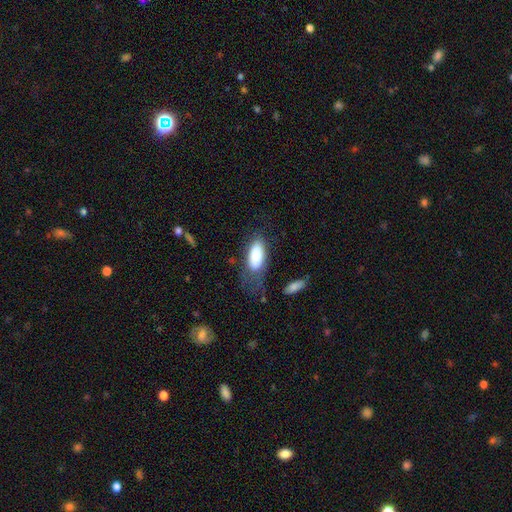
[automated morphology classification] A smooth galaxy with no disk features (81%) that is in between round and cigar-shaped (85%). Merging: none (45%).